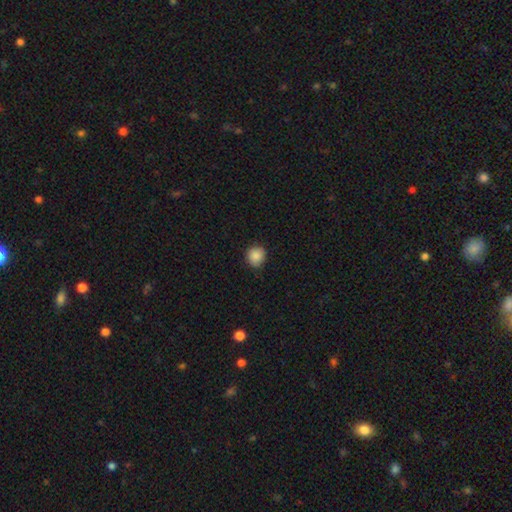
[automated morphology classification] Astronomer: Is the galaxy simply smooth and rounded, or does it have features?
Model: smooth — 87%.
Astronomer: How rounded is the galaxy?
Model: round — 85%.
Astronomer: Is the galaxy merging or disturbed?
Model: none — 80%.